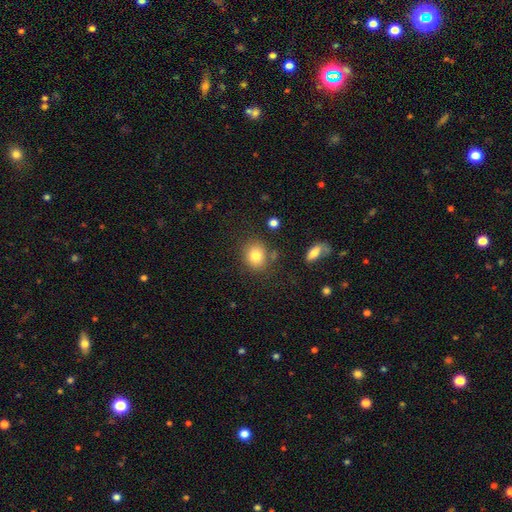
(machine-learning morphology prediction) smooth 81%, star or artifact 10%, featured or disk 9%. Down the decision tree: how rounded — round (69%); merging — none (77%).